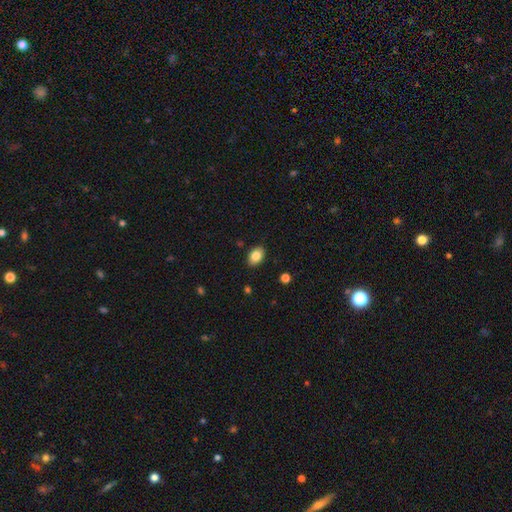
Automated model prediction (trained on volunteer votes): smooth 84%, star or artifact 8%, featured or disk 8%. Down the decision tree: how rounded — in between (84%); merging — none (88%).